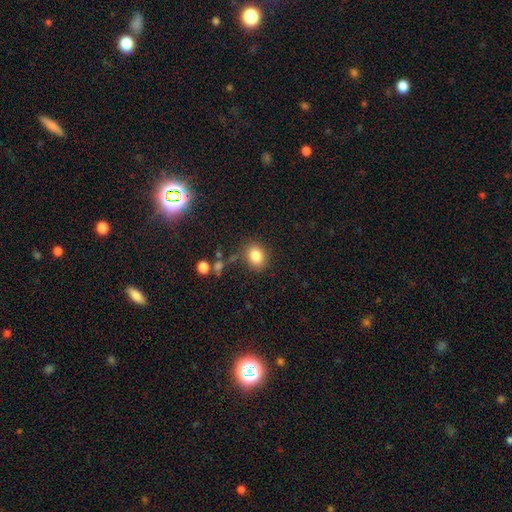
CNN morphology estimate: The model was most divided on "how rounded": round: 54%, in between: 45%, cigar-shaped: 1%. More confident: smooth or featured — smooth (83%); merging — none (78%).